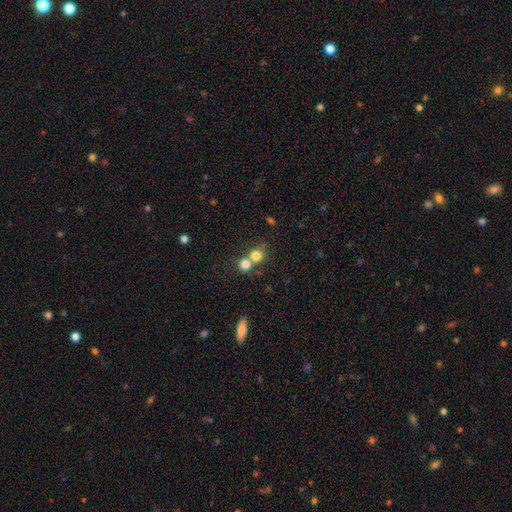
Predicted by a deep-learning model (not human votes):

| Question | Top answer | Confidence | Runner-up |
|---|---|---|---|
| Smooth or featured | smooth | 78% | star or artifact (12%) |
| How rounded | round | 84% | in between (15%) |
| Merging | merger | 49% | none (42%) |